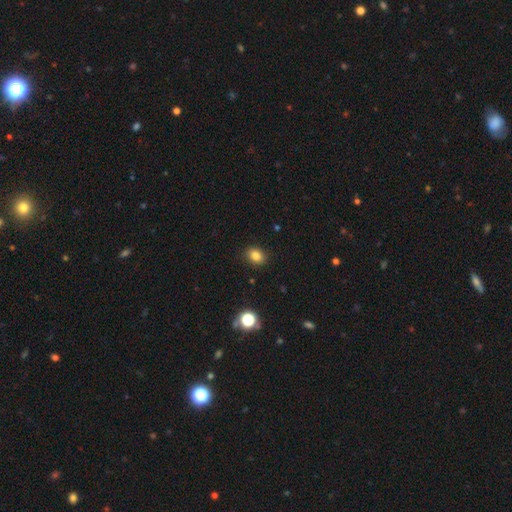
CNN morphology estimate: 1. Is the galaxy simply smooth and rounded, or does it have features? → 82% smooth, 12% star or artifact, 6% featured or disk.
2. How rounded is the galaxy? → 53% in between, 46% round, 1% cigar-shaped.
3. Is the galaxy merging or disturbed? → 88% none, 8% minor disturbance, 2% major disturbance, 1% merger.